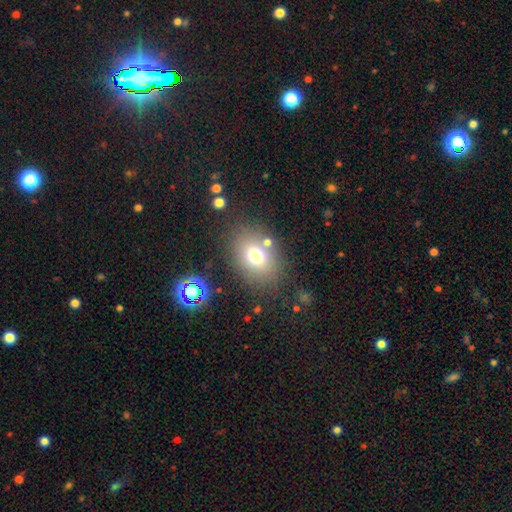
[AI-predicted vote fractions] A smooth galaxy with no disk features (71%) that is in between round and cigar-shaped (63%).

Vote fractions:
- Smooth or featured? smooth: 71% / star or artifact: 15% / featured or disk: 14%
- How rounded? in between: 63% / round: 36% / cigar-shaped: 1%
- Merging? none: 75% / minor disturbance: 12% / merger: 7% / major disturbance: 6%